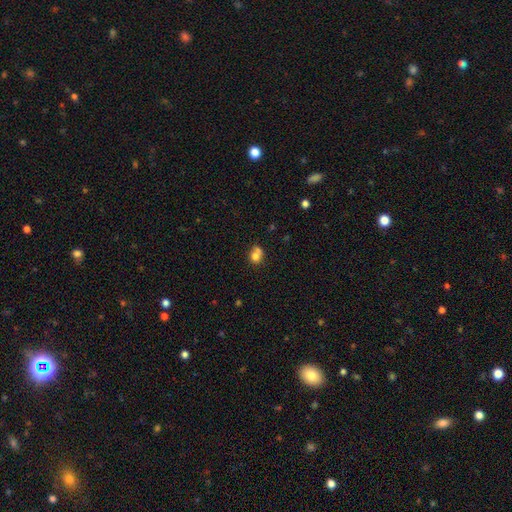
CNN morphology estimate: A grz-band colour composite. It shows a smooth galaxy with no disk features (74%) that is round (72%). Merging: merger (46%).